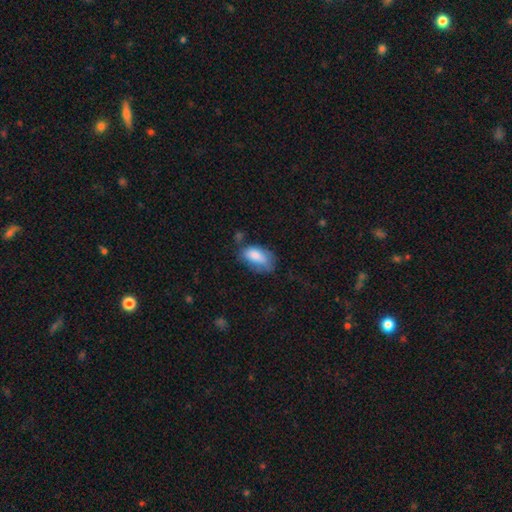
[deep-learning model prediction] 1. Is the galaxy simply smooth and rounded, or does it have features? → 79% smooth, 14% featured or disk, 7% star or artifact.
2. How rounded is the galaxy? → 92% in between, 4% round, 4% cigar-shaped.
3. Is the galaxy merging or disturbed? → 42% none, 34% minor disturbance, 18% major disturbance, 6% merger.